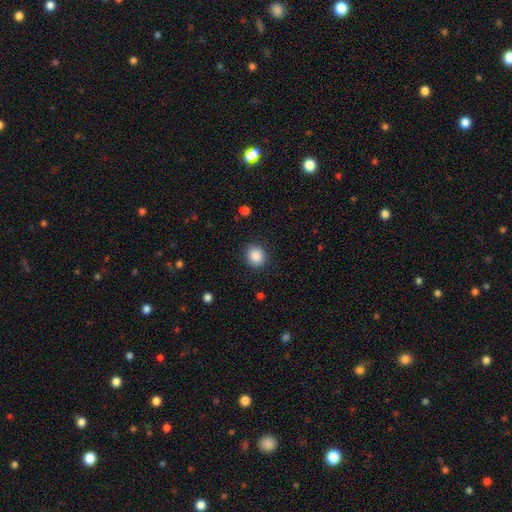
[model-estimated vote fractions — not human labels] Smooth or featured?
  - smooth: 88% *
  - star or artifact: 9%
  - featured or disk: 4%
How rounded?
  - round: 80% *
  - in between: 19%
  - cigar-shaped: 1%
Merging?
  - none: 88% *
  - minor disturbance: 8%
  - major disturbance: 3%
  - merger: 1%